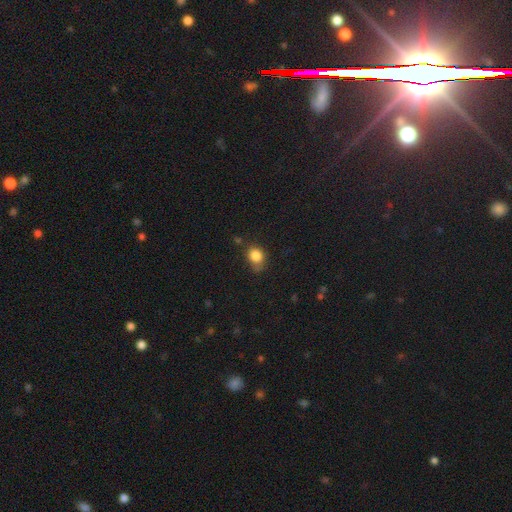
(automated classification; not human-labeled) Smooth or featured?
  - smooth: 84% *
  - star or artifact: 10%
  - featured or disk: 6%
How rounded?
  - in between: 52% *
  - round: 47%
  - cigar-shaped: 1%
Merging?
  - none: 55% *
  - minor disturbance: 32%
  - major disturbance: 8%
  - merger: 4%